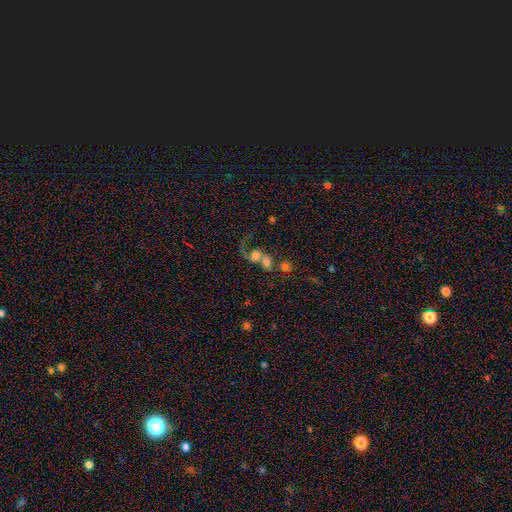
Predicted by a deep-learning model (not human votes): Smooth or featured: smooth — 48% (featured or disk — 39%)
Merging: merger — 67% (major disturbance — 16%)